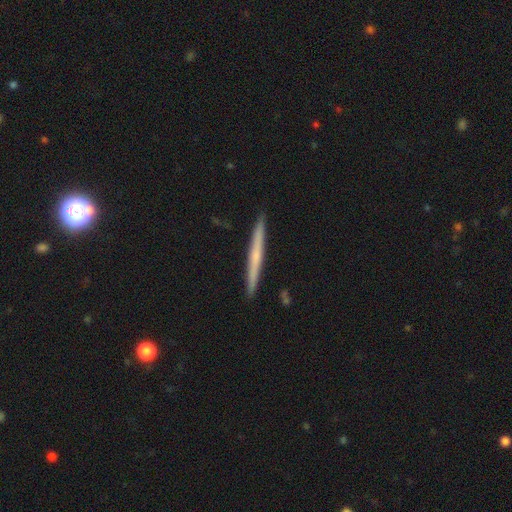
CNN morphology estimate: Overall: featured or disk (54%; smooth 40%). Edge-on disk: yes (98%). Edge-on bulge: none (67%; rounded 28%). Merging: none (92%).